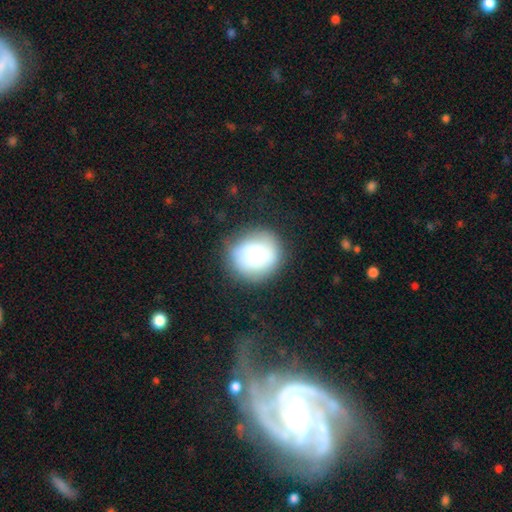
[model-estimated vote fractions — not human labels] This is likely a smooth galaxy (67%). How rounded: clearly round (85%). Merging: likely none (77%).